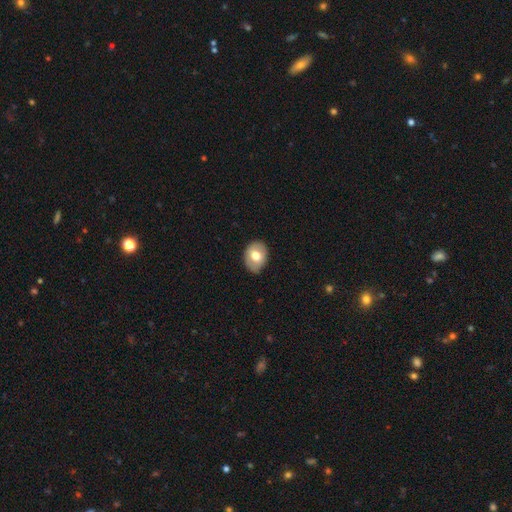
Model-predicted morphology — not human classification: This appears to be a smooth galaxy with no disk features (68%) that is in between round and cigar-shaped (70%). Merging: none (84%).